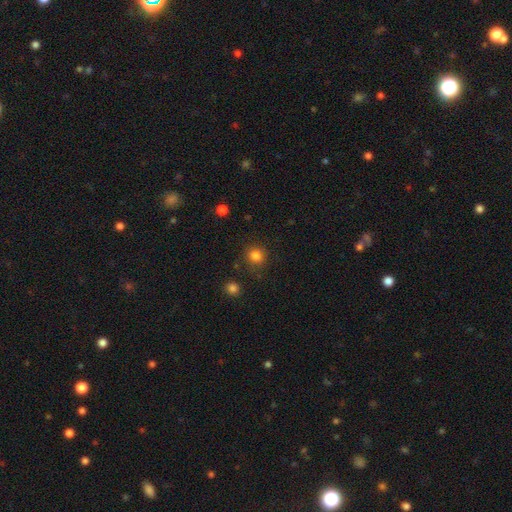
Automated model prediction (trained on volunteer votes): smooth-or-featured: smooth: 83% | star or artifact: 13% | featured or disk: 4%
  how-rounded: round: 90% | in between: 9% | cigar-shaped: 1%
  merging: none: 85% | minor disturbance: 9% | major disturbance: 3% | merger: 3%